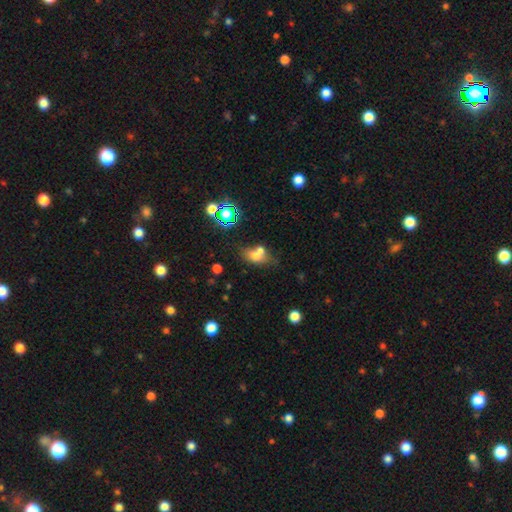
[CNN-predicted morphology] smooth_or_featured: smooth (p=0.65) [alt: featured or disk p=0.18]
how_rounded: in between (p=0.70) [alt: round p=0.27]
merging: merger (p=0.42) [alt: none p=0.39]